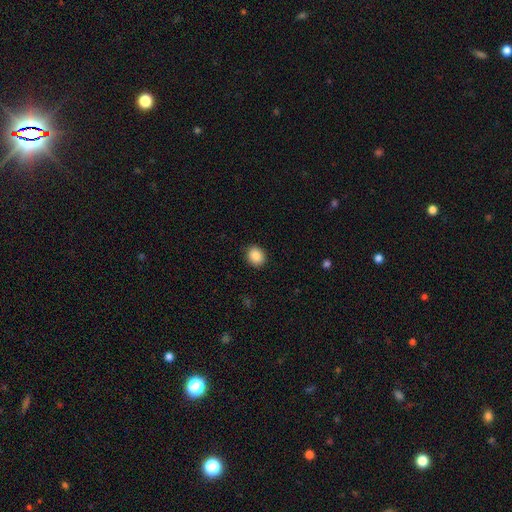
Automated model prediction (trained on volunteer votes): Smooth or featured? smooth (88%)
How rounded? round (73%)
Merging? none (91%)